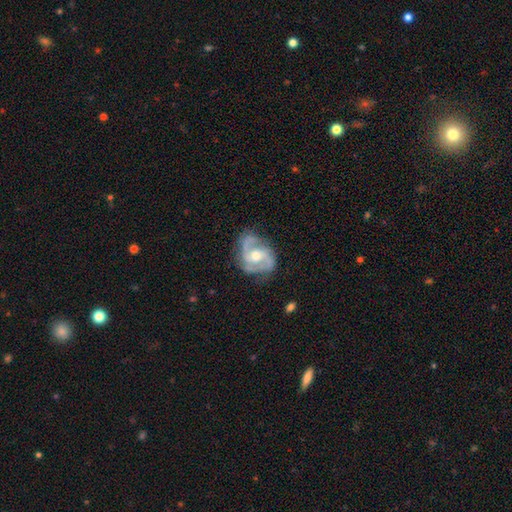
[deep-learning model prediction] Smooth or featured: featured or disk — 89% (smooth — 6%)
Edge-on disk: no — 98% (yes — 2%)
Bar: no — 53% (weak — 38%)
Spiral arms: yes — 97% (no — 3%)
Spiral winding: medium — 55% (tight — 32%)
Spiral arm count: 2 — 58% (3 — 28%)
Bulge size: moderate — 71% (small — 21%)
Merging: none — 72% (minor disturbance — 19%)